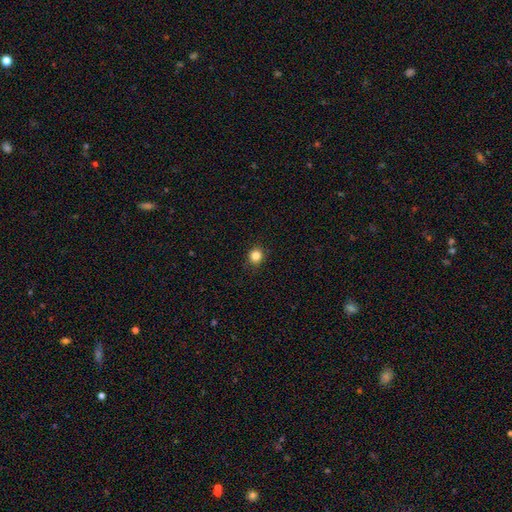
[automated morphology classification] This is clearly a smooth galaxy (84%). How rounded: clearly round (90%). Merging: clearly none (88%).